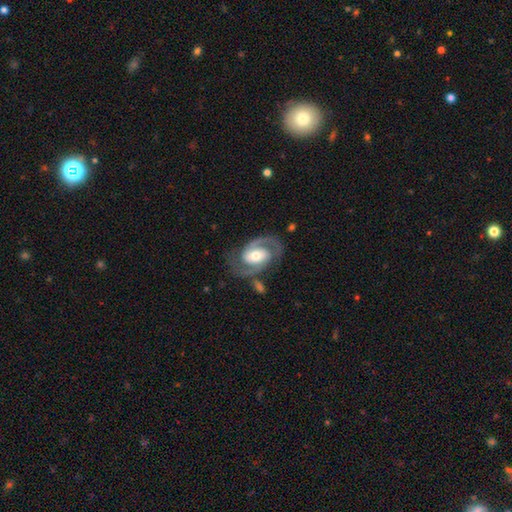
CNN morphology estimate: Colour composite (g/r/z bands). It shows a featured or disk galaxy (88%) with no bar (41%), 2 (90%) medium (54%) spiral arms (95%) and a moderate central bulge (67%). Merging: none (73%).